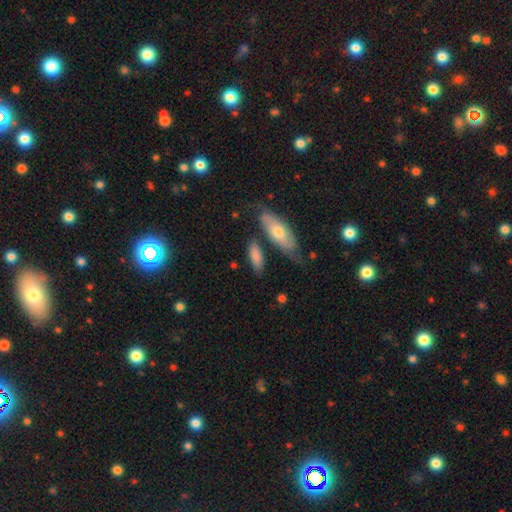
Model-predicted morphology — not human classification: smooth_or_featured: smooth (p=0.76) [alt: featured or disk p=0.17]
how_rounded: in between (p=0.66) [alt: cigar-shaped p=0.31]
merging: none (p=0.61) [alt: minor disturbance p=0.19]